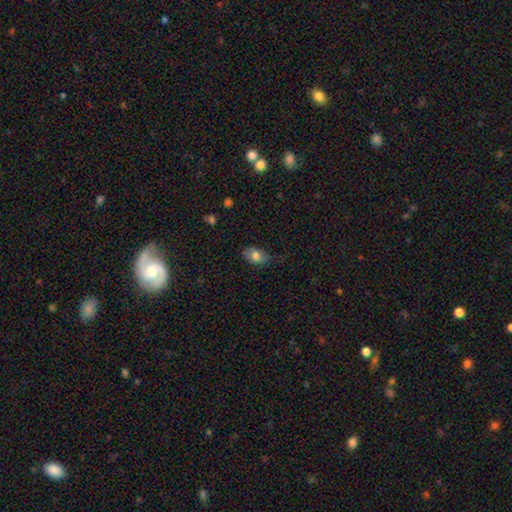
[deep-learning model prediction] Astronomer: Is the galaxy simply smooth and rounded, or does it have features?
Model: smooth — 80%.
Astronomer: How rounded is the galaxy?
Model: in between — 81%.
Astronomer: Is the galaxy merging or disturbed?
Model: none — 59%.